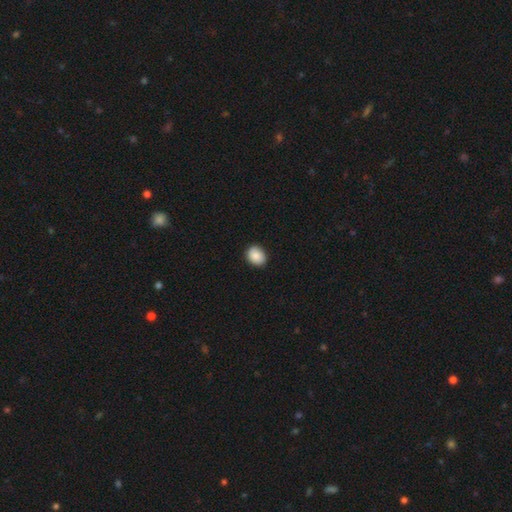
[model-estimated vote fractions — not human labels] This is clearly a smooth galaxy (88%). How rounded: possibly in between (52%). Merging: clearly none (88%).